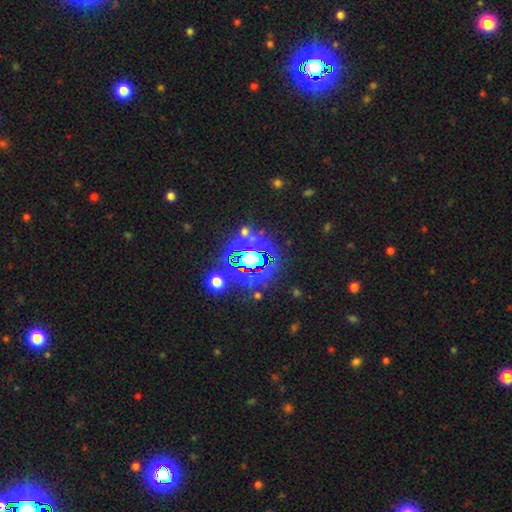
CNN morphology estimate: type=star or artifact (73%).